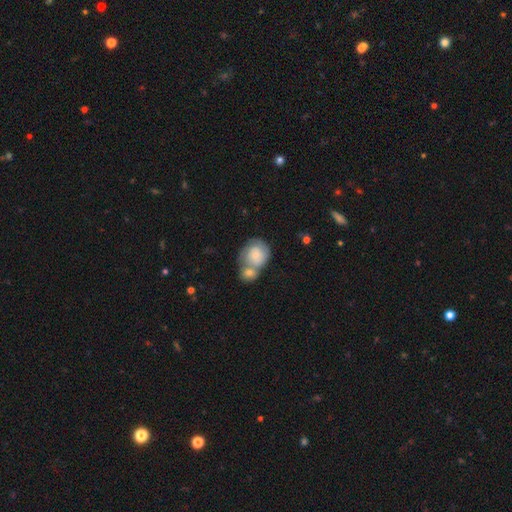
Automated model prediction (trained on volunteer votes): Smooth or featured? Predicted: smooth (p=0.51). How rounded? Predicted: round (p=0.71). Merging? Predicted: merger (p=0.61).